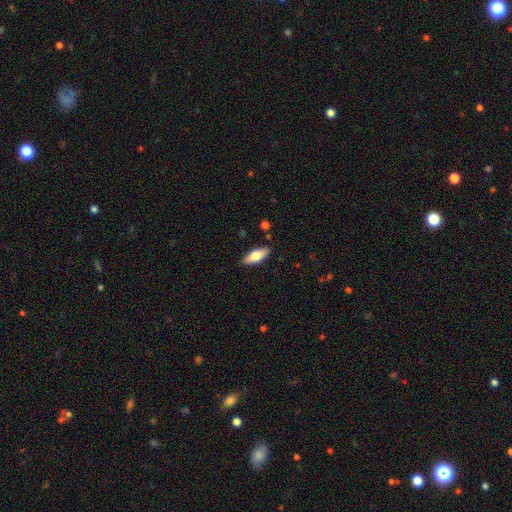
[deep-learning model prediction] Smooth or featured? Predicted: smooth (p=0.69). How rounded? Predicted: in between (p=0.74). Merging? Predicted: none (p=0.87).